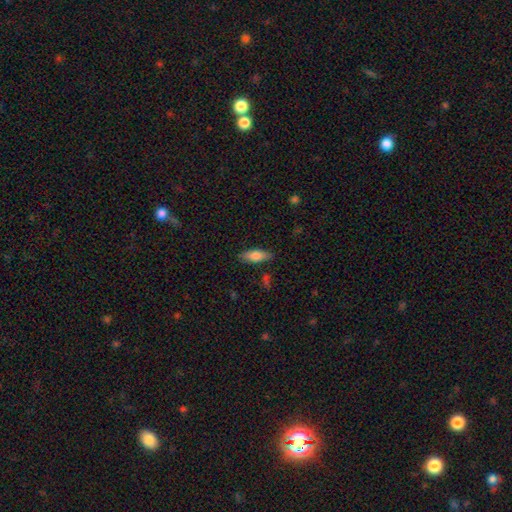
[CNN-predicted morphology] smooth-or-featured: smooth: 75% | featured or disk: 18% | star or artifact: 7%
  how-rounded: in between: 69% | cigar-shaped: 29% | round: 2%
  merging: none: 84% | minor disturbance: 11% | major disturbance: 3% | merger: 2%